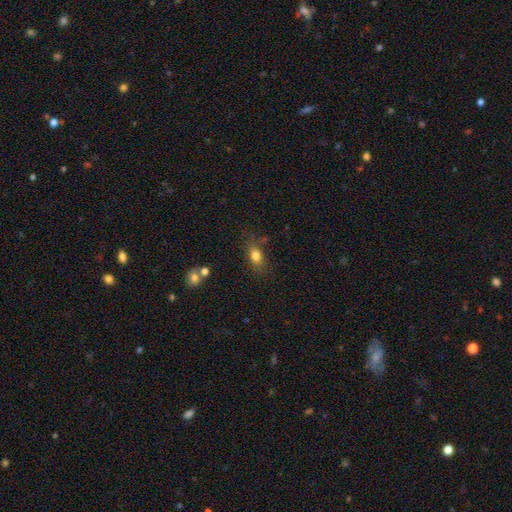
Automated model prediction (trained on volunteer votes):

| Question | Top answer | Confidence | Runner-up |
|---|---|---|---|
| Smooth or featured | smooth | 80% | star or artifact (10%) |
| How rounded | in between | 78% | round (17%) |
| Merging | none | 73% | minor disturbance (17%) |